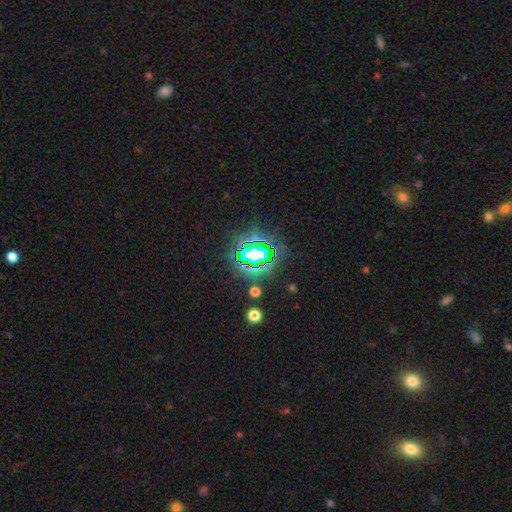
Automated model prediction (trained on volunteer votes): This is likely a star or artifact rather than a galaxy (72%).